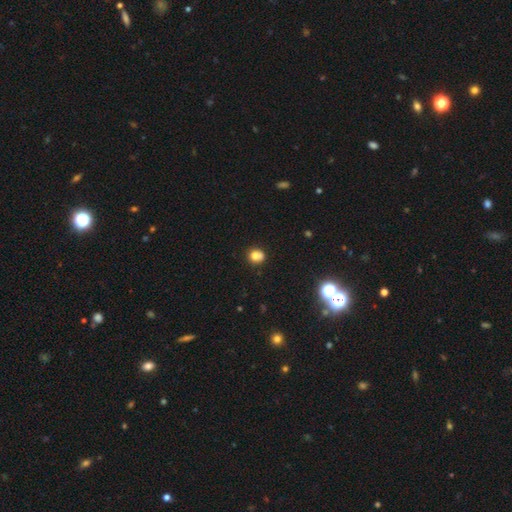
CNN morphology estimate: Smooth or featured? Predicted: smooth (p=0.76). How rounded? Predicted: round (p=0.80). Merging? Predicted: none (p=0.63).